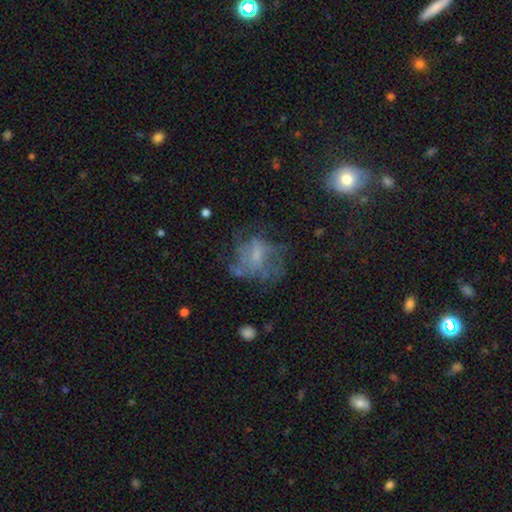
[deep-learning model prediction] A featured or disk galaxy (50%). Merging: none (44%).